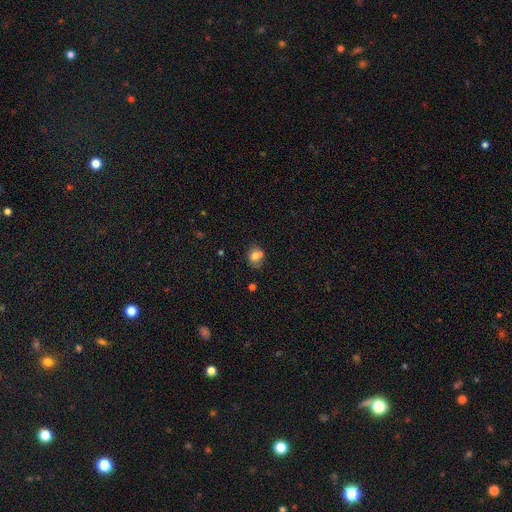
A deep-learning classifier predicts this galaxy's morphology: Smooth or featured?
  - smooth: 73% *
  - featured or disk: 15%
  - star or artifact: 12%
How rounded?
  - round: 62% *
  - in between: 37%
  - cigar-shaped: 1%
Merging?
  - none: 49% *
  - merger: 30%
  - minor disturbance: 15%
  - major disturbance: 5%